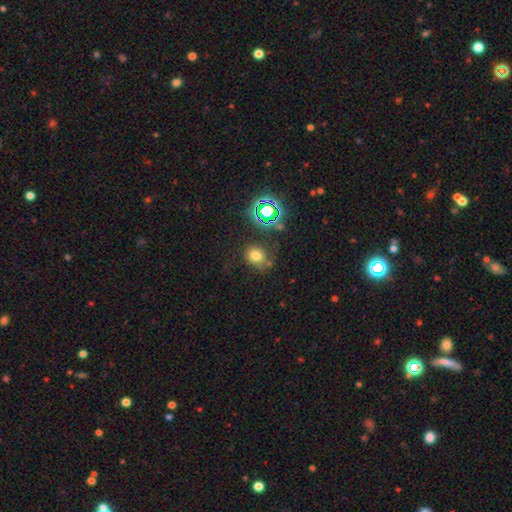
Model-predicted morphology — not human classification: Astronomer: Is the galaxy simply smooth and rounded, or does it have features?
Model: smooth — 68%.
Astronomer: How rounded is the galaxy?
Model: round — 65%.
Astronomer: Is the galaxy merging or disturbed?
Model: none — 64%.